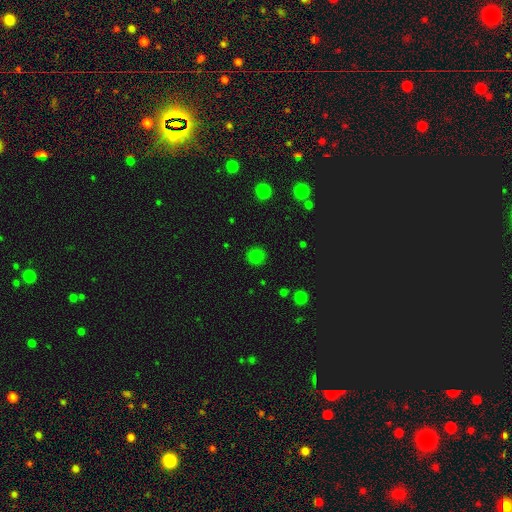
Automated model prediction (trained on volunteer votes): This is likely a smooth galaxy (80%). How rounded: clearly round (91%). Merging: clearly none (90%).